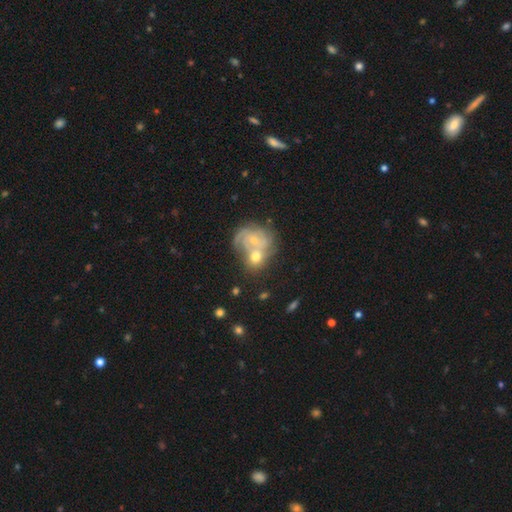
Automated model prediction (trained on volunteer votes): This appears to be a featured or disk galaxy (45%). Merging: merger (43%).